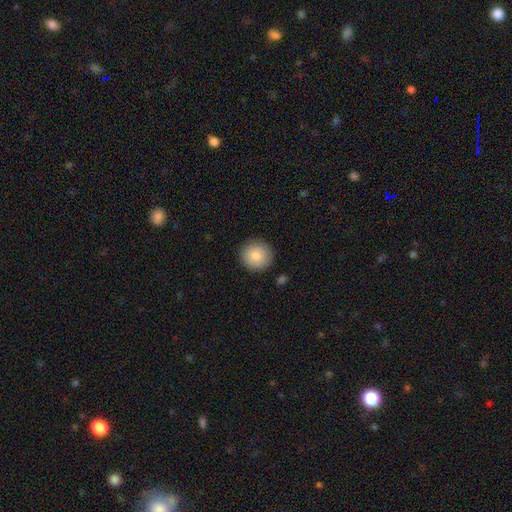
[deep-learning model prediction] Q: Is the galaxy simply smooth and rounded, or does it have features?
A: smooth — 85%.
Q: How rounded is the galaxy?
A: round — 93%.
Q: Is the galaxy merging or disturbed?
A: none — 90%.